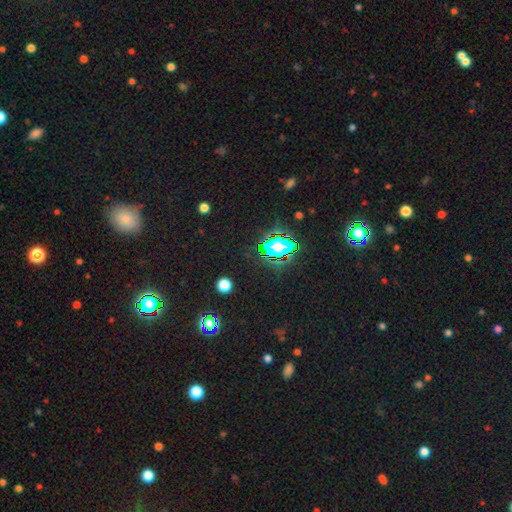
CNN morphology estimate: Smooth or featured? star or artifact (80%)